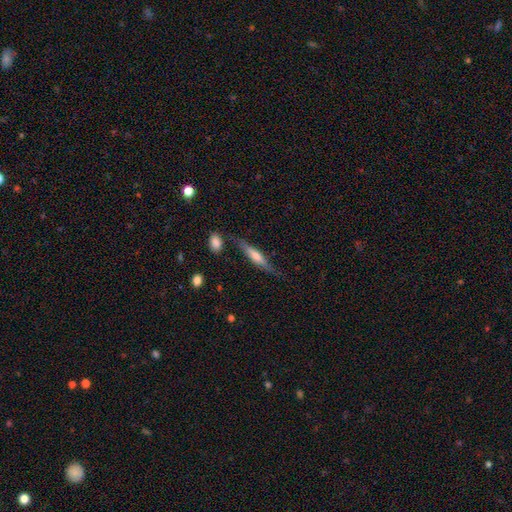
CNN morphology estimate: Overall: featured or disk (60%; smooth 34%). Edge-on disk: yes (94%). Edge-on bulge: rounded (62%; boxy 23%). Merging: none (76%).